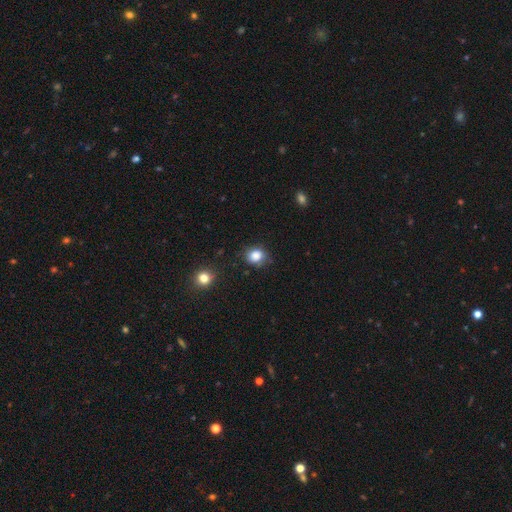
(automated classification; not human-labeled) Q: Smooth or featured?
A: smooth (83%); runner-up: star or artifact (11%)
Q: How rounded?
A: round (68%); runner-up: in between (31%)
Q: Merging?
A: none (72%); runner-up: minor disturbance (21%)